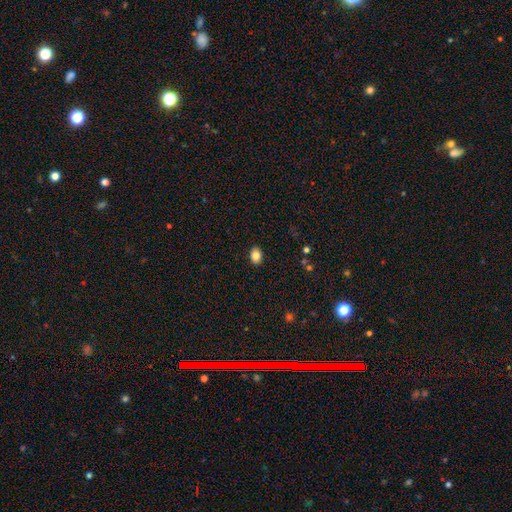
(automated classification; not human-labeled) A smooth galaxy with no disk features (84%) that is in between round and cigar-shaped (75%).

Vote fractions:
- Smooth or featured? smooth: 84% / star or artifact: 9% / featured or disk: 6%
- How rounded? in between: 75% / round: 24% / cigar-shaped: 1%
- Merging? none: 89% / minor disturbance: 8% / major disturbance: 2% / merger: 1%